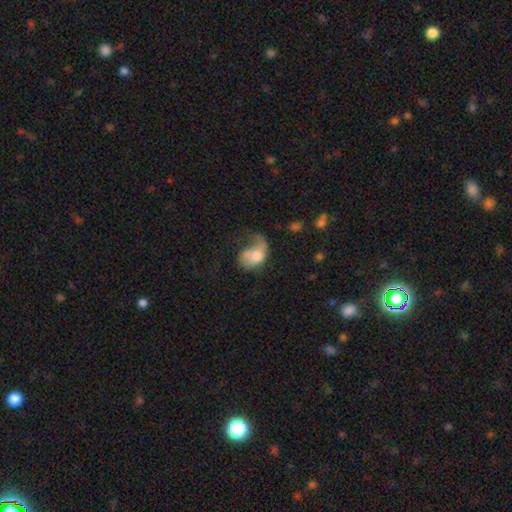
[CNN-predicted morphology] smooth_or_featured: smooth (p=0.58) [alt: featured or disk p=0.34]
how_rounded: in between (p=0.78) [alt: round p=0.20]
merging: major disturbance (p=0.56) [alt: minor disturbance p=0.19]